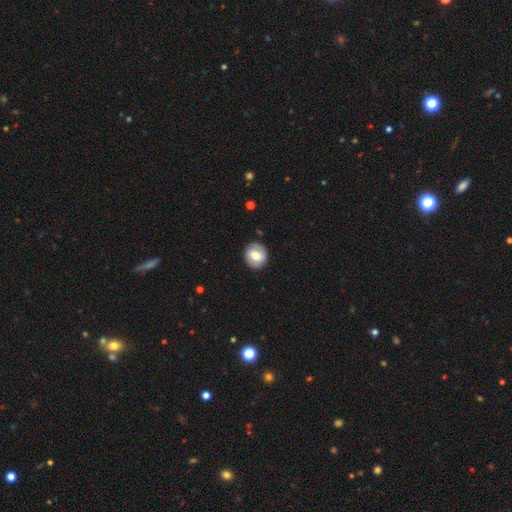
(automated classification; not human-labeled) Smooth or featured: smooth — 67% (featured or disk — 26%)
How rounded: round — 81% (in between — 18%)
Merging: none — 87% (minor disturbance — 9%)